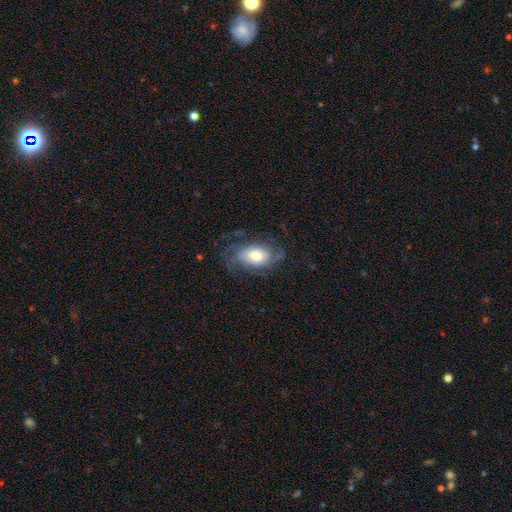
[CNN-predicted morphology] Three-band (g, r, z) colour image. It shows a featured or disk galaxy (66%) with no bar (69%), medium (40%) spiral arms (88%) and a moderate central bulge (47%). Merging: none (61%).